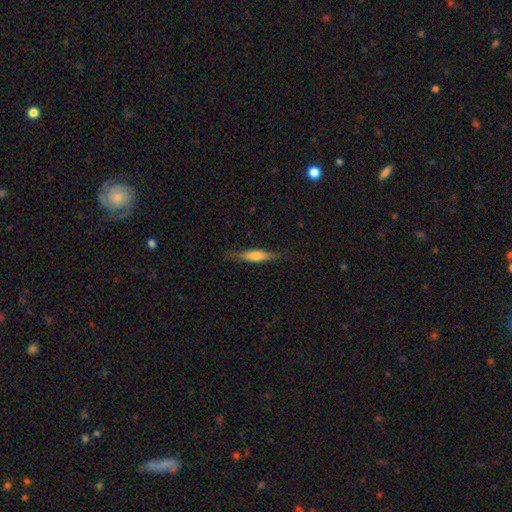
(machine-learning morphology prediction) A smooth galaxy with no disk features (52%) that is cigar-shaped (75%). Merging: none (82%).